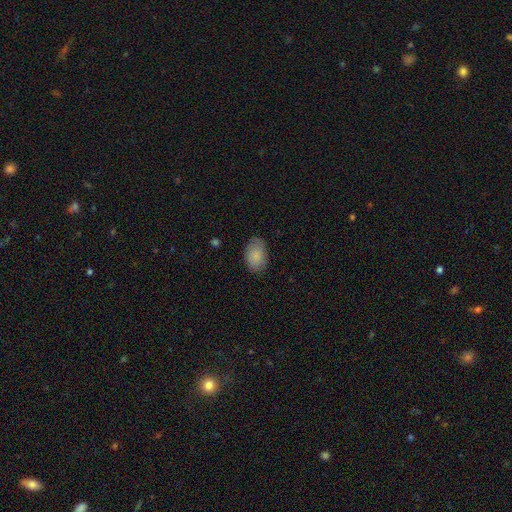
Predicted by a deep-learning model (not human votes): Smooth or featured? Predicted: smooth (p=0.87). How rounded? Predicted: in between (p=0.90). Merging? Predicted: none (p=0.82).